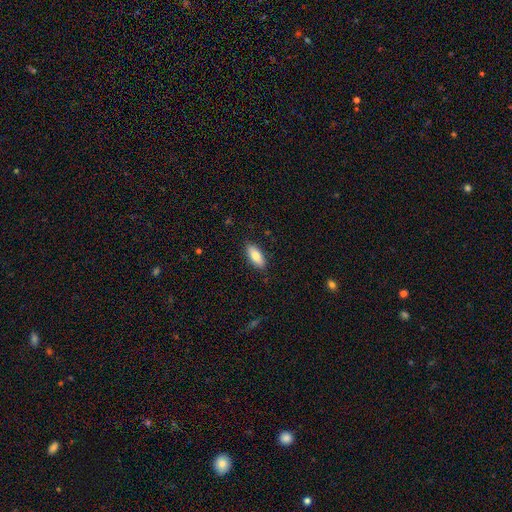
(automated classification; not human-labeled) This appears to be a smooth galaxy with no disk features (78%) that is in between round and cigar-shaped (80%). Merging: none (87%).